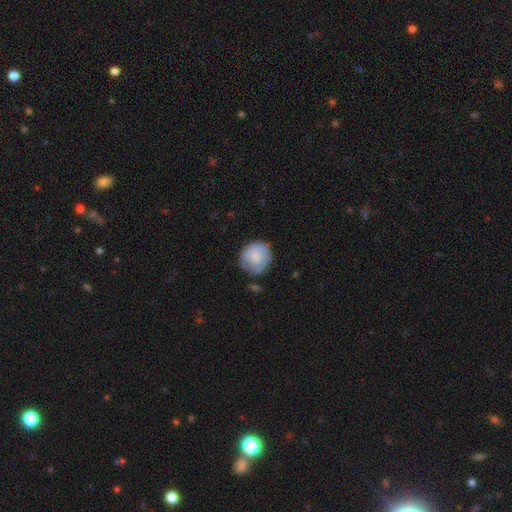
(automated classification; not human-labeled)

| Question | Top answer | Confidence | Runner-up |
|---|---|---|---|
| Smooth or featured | smooth | 79% | featured or disk (15%) |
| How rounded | round | 90% | in between (9%) |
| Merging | none | 72% | minor disturbance (20%) |